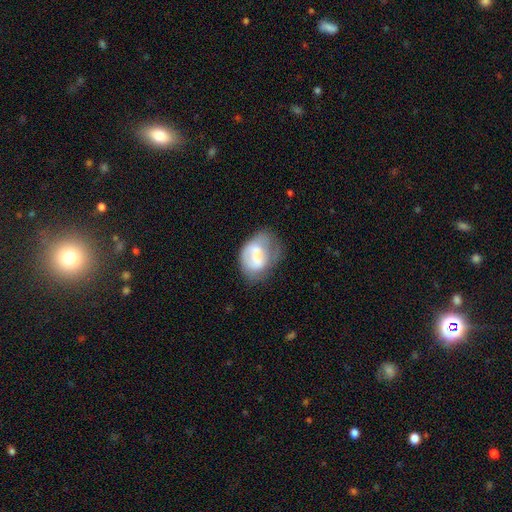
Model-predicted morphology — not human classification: smooth_or_featured: smooth (p=0.56) [alt: featured or disk p=0.36]
how_rounded: in between (p=0.75) [alt: round p=0.23]
merging: minor disturbance (p=0.34) [alt: none p=0.33]